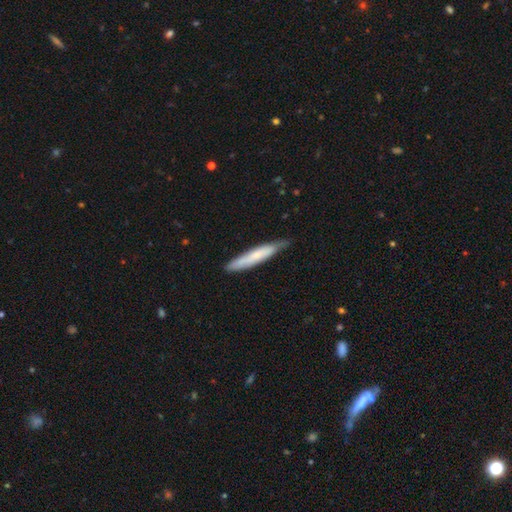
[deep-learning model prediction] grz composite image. It shows a smooth galaxy with no disk features (61%) that is cigar-shaped (91%). Merging: none (73%).